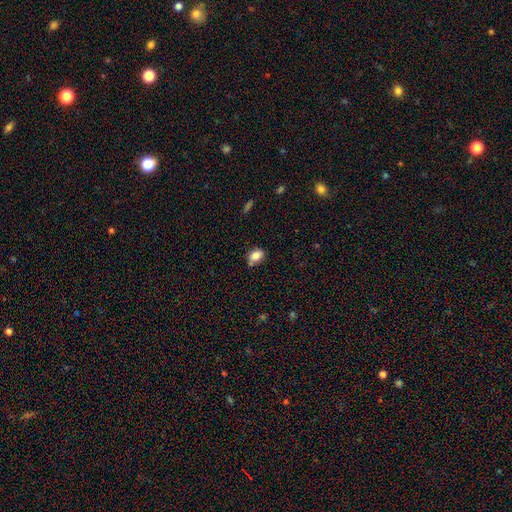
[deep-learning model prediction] Smooth or featured?
  - smooth: 83% *
  - star or artifact: 9%
  - featured or disk: 8%
How rounded?
  - in between: 77% *
  - round: 21%
  - cigar-shaped: 2%
Merging?
  - none: 63% *
  - minor disturbance: 25%
  - merger: 8%
  - major disturbance: 5%